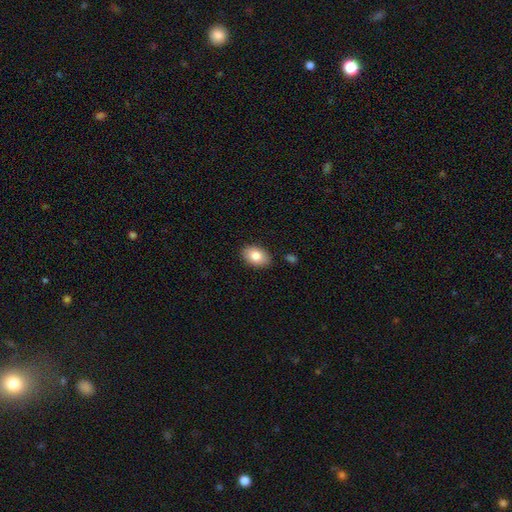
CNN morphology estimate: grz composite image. It shows a smooth galaxy with no disk features (83%) that is in between round and cigar-shaped (88%). Merging: none (87%).